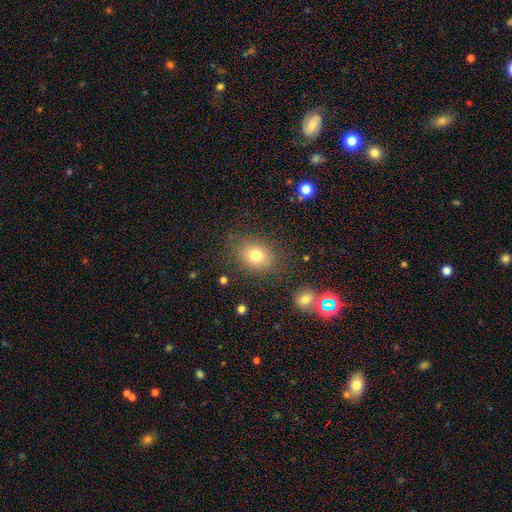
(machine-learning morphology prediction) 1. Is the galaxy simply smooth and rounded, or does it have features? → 76% smooth, 12% star or artifact, 12% featured or disk.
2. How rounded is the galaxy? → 54% in between, 45% round, 1% cigar-shaped.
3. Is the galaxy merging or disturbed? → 79% none, 13% minor disturbance, 5% major disturbance, 3% merger.